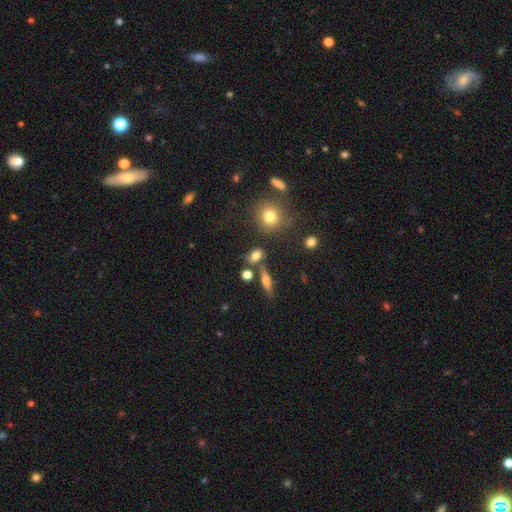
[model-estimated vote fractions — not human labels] smooth 68%, featured or disk 17%, star or artifact 14%. Down the decision tree: how rounded — in between (55%); merging — none (63%).